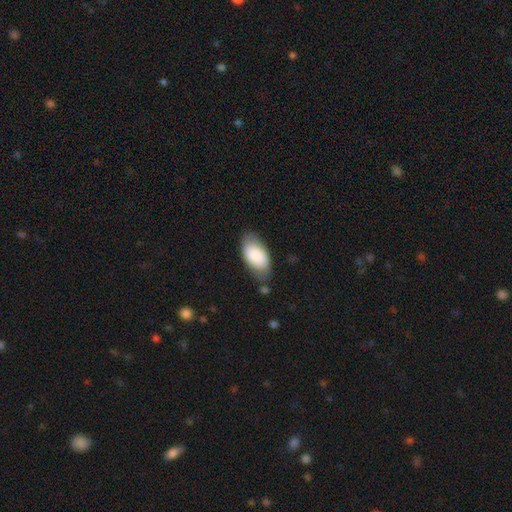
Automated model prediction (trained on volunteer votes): Overall: smooth (85%). How rounded: in between (95%). Merging: none (69%).